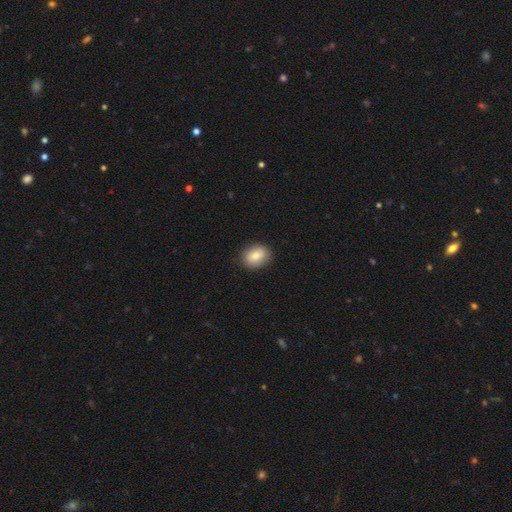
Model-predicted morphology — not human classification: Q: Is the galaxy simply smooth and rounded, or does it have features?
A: smooth — 82%.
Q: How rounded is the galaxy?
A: in between — 65%.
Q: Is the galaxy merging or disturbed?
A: none — 86%.